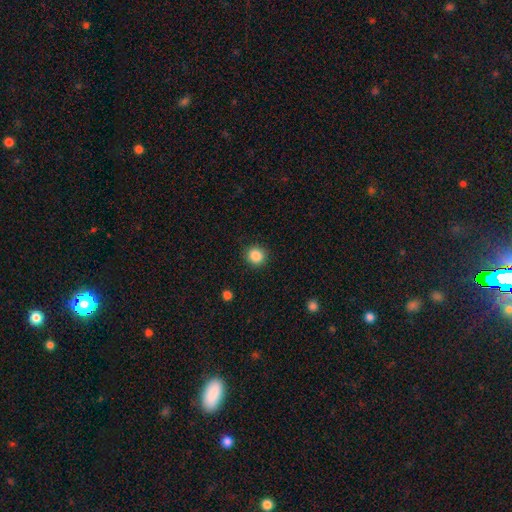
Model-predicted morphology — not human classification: Q: Smooth or featured?
A: smooth (87%); runner-up: star or artifact (10%)
Q: How rounded?
A: round (90%); runner-up: in between (9%)
Q: Merging?
A: none (91%); runner-up: minor disturbance (6%)